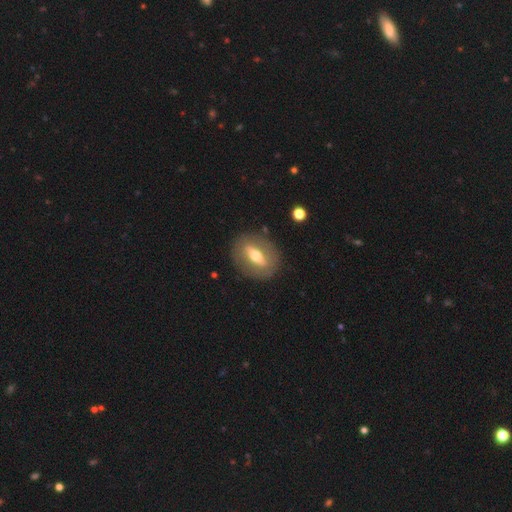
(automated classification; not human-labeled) A featured or disk galaxy (59%). Merging: none (85%).